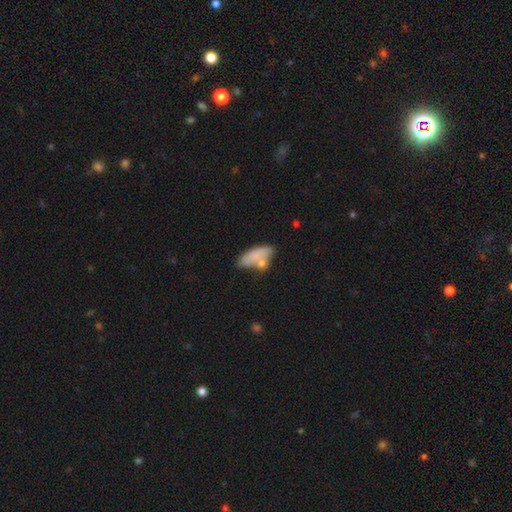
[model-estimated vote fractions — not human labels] smooth-or-featured: smooth: 75% | featured or disk: 17% | star or artifact: 8%
  how-rounded: in between: 75% | cigar-shaped: 22% | round: 3%
  merging: none: 48% | merger: 23% | minor disturbance: 21% | major disturbance: 8%